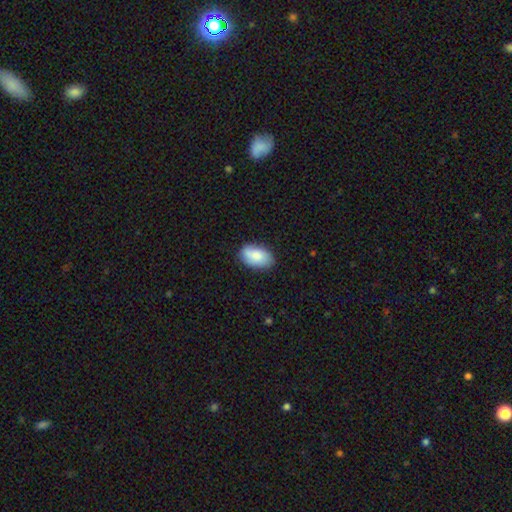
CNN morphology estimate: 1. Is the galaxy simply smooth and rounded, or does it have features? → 82% smooth, 11% featured or disk, 6% star or artifact.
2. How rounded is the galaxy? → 93% in between, 5% round, 1% cigar-shaped.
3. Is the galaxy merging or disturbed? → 79% none, 17% minor disturbance, 3% major disturbance, 1% merger.